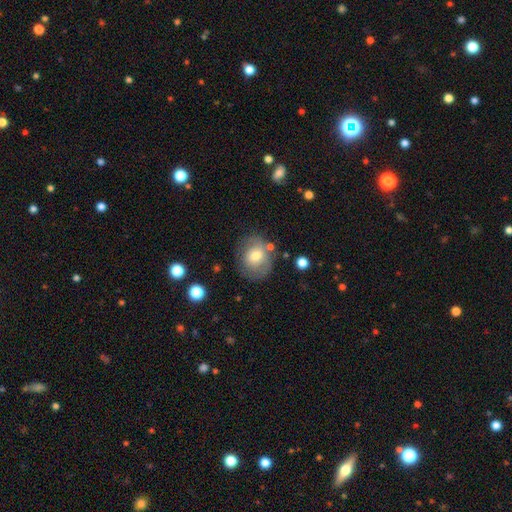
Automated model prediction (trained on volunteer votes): smooth 58%, featured or disk 34%, star or artifact 9%. Down the decision tree: how rounded — round (70%); merging — none (67%).